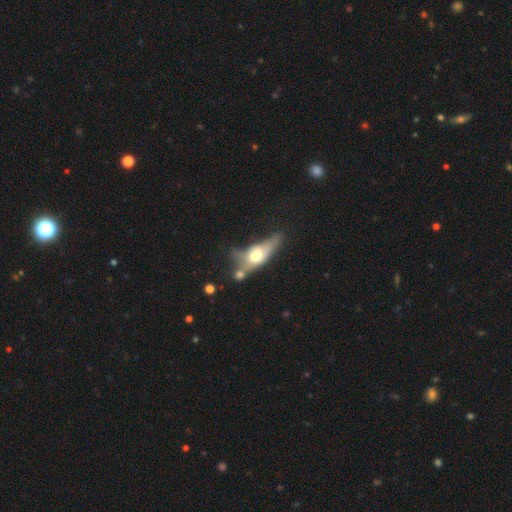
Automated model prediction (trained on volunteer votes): Smooth or featured? featured or disk (57%)
Edge-on disk? yes (70%)
Merging? none (35%)